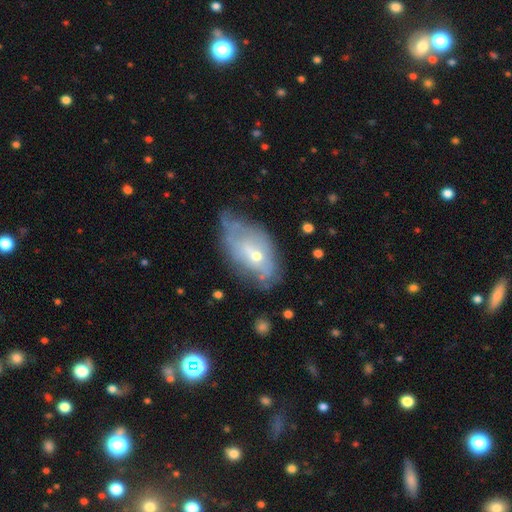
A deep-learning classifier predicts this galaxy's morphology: type=featured or disk (56%); edge-on=no (91%); bar=no (71%); spiral arms=no (56%); bulge=small (59%); merging=minor disturbance (35%).